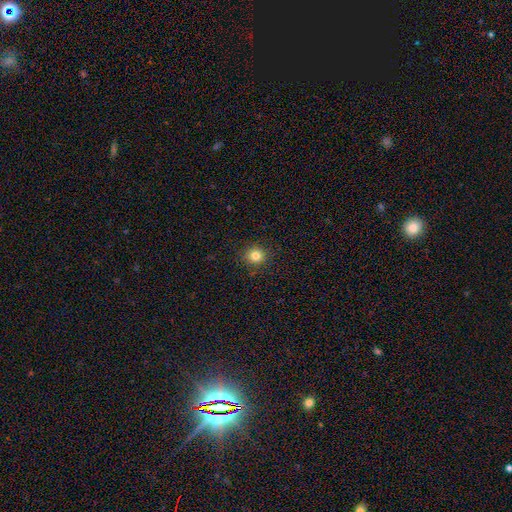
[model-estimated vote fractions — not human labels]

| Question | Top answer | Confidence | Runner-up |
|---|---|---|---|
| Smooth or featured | smooth | 82% | star or artifact (13%) |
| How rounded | round | 92% | in between (7%) |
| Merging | none | 91% | minor disturbance (6%) |